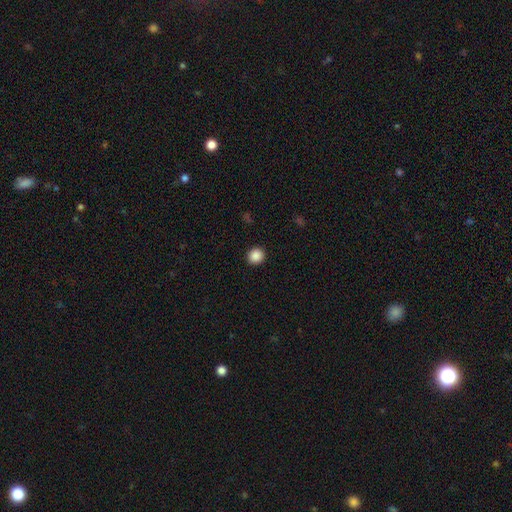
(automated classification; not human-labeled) Smooth or featured?
  - smooth: 88% *
  - star or artifact: 9%
  - featured or disk: 3%
How rounded?
  - round: 90% *
  - in between: 10%
  - cigar-shaped: 1%
Merging?
  - none: 93% *
  - minor disturbance: 5%
  - major disturbance: 2%
  - merger: 1%